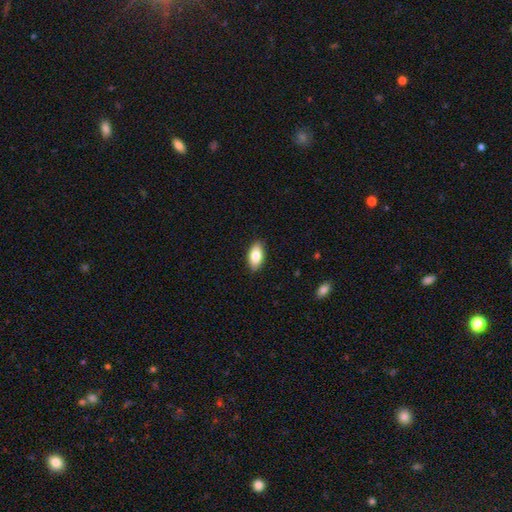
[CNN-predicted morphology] A smooth galaxy with no disk features (83%) that is in between round and cigar-shaped (92%).

Vote fractions:
- Smooth or featured? smooth: 83% / featured or disk: 11% / star or artifact: 7%
- How rounded? in between: 92% / cigar-shaped: 5% / round: 3%
- Merging? none: 89% / minor disturbance: 9% / major disturbance: 2% / merger: 1%